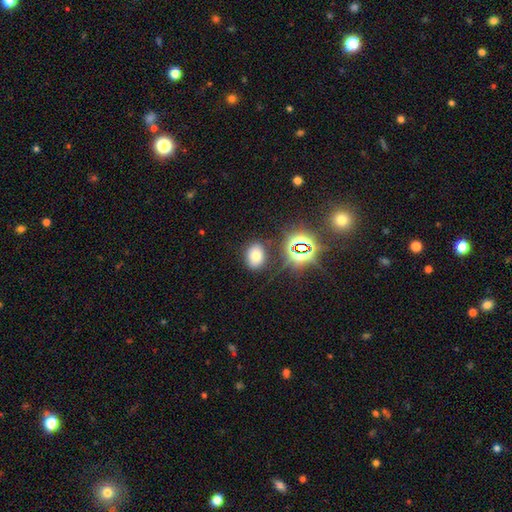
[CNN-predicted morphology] This appears to be a smooth galaxy with no disk features (65%) that is in between round and cigar-shaped (65%). Merging: none (82%).